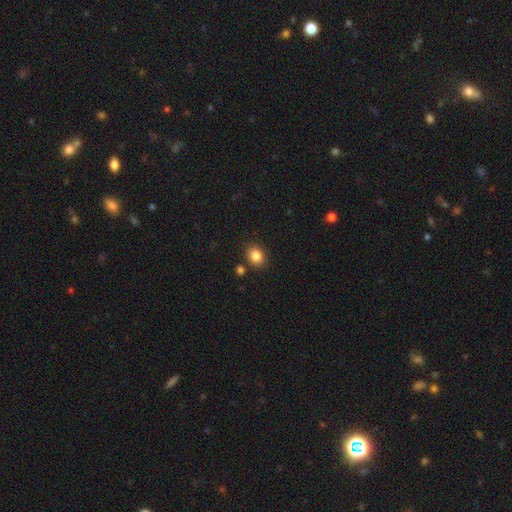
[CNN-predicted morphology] A smooth galaxy with no disk features (85%) that is round (58%). Merging: none (83%).